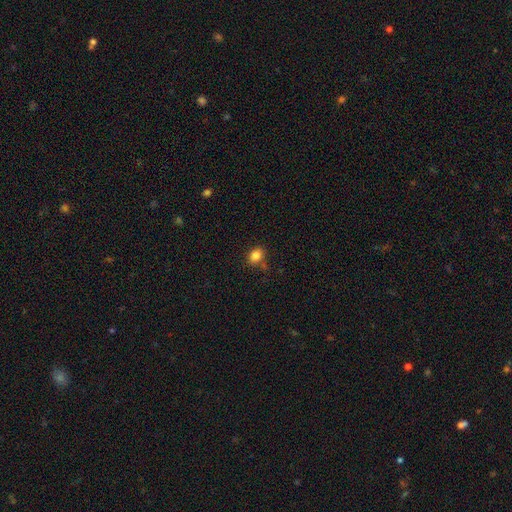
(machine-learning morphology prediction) The model was most divided on "how rounded": in between: 61%, round: 38%, cigar-shaped: 1%. More confident: smooth or featured — smooth (84%); merging — none (78%).